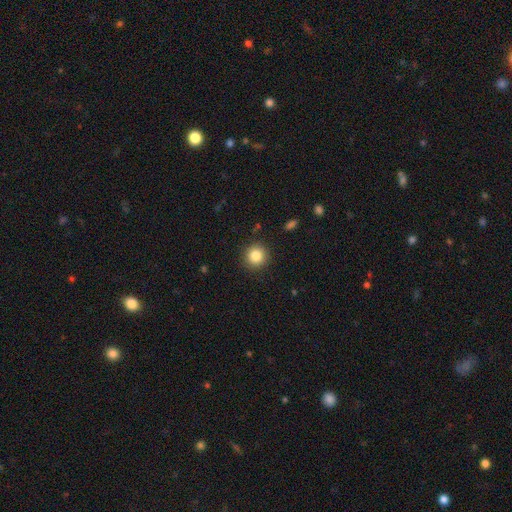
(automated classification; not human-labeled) Q: Smooth or featured?
A: smooth (84%); runner-up: star or artifact (10%)
Q: How rounded?
A: round (94%); runner-up: in between (5%)
Q: Merging?
A: none (90%); runner-up: minor disturbance (6%)